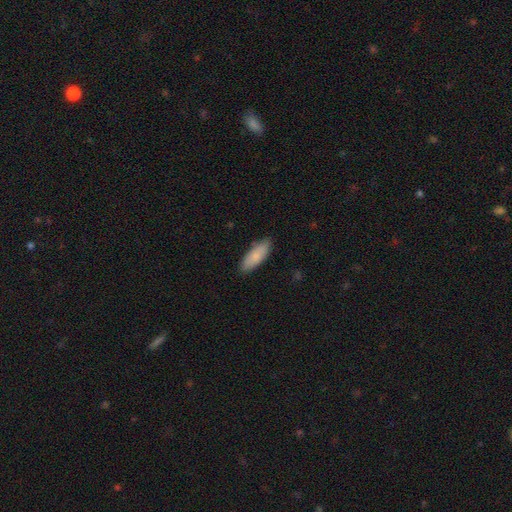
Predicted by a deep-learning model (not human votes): A smooth galaxy with no disk features (82%) that is in between round and cigar-shaped (73%). Merging: none (84%).